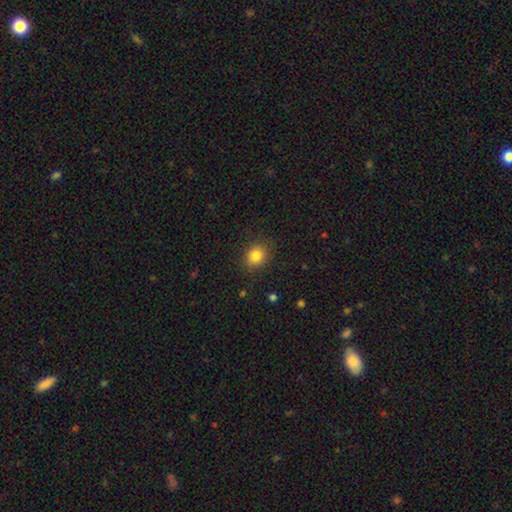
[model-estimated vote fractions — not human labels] smooth_or_featured: smooth (p=0.84) [alt: star or artifact p=0.11]
how_rounded: round (p=0.69) [alt: in between p=0.30]
merging: none (p=0.86) [alt: minor disturbance p=0.09]